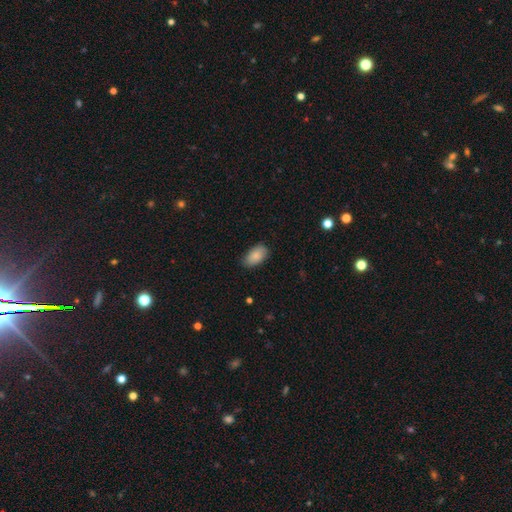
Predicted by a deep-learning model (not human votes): Smooth or featured: smooth — 85% (featured or disk — 8%)
How rounded: in between — 94% (round — 5%)
Merging: none — 80% (minor disturbance — 16%)